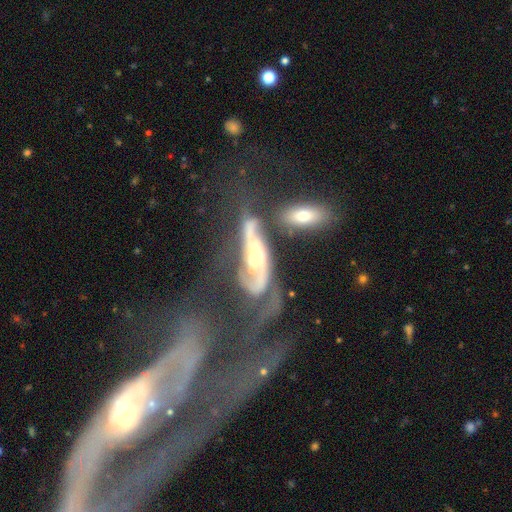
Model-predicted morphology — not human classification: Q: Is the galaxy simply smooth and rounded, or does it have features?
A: featured or disk — 81%.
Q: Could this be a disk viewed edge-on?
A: no — 85%.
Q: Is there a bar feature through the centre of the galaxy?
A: no — 51%.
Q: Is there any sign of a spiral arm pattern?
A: yes — 88%.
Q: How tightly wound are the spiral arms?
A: medium — 40%.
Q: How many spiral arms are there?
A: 2 — 67%.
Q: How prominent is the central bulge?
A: moderate — 57%.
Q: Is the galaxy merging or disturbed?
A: major disturbance — 34%.